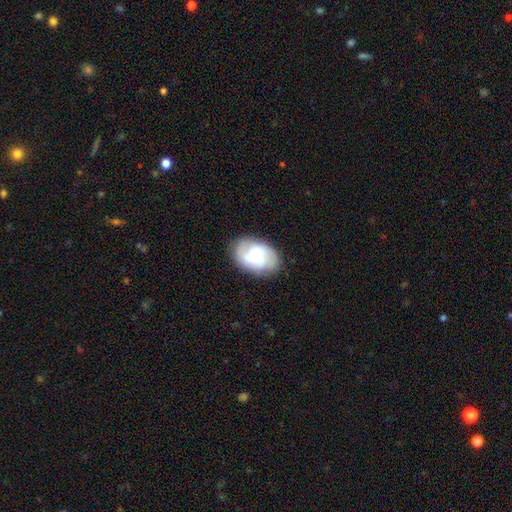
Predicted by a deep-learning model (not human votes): Smooth or featured: featured or disk — 62% (smooth — 31%)
Edge-on disk: no — 97% (yes — 3%)
Bar: weak — 49% (no — 40%)
Spiral arms: yes — 89% (no — 11%)
Spiral winding: medium — 46% (tight — 32%)
Spiral arm count: 2 — 63% (can't tell — 18%)
Bulge size: small — 47% (moderate — 39%)
Merging: none — 80% (minor disturbance — 14%)